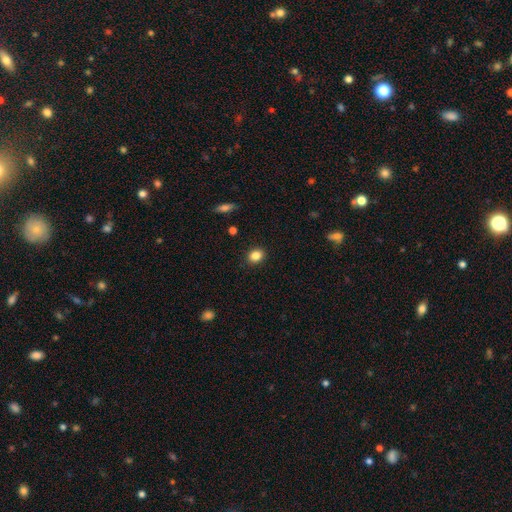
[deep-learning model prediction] A smooth galaxy with no disk features (85%) that is round (54%). Merging: none (90%).